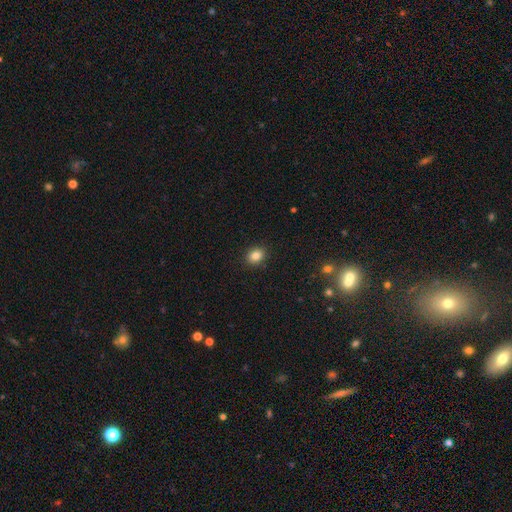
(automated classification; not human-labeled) smooth_or_featured: smooth (p=0.84) [alt: star or artifact p=0.11]
how_rounded: round (p=0.60) [alt: in between p=0.39]
merging: none (p=0.91) [alt: minor disturbance p=0.07]